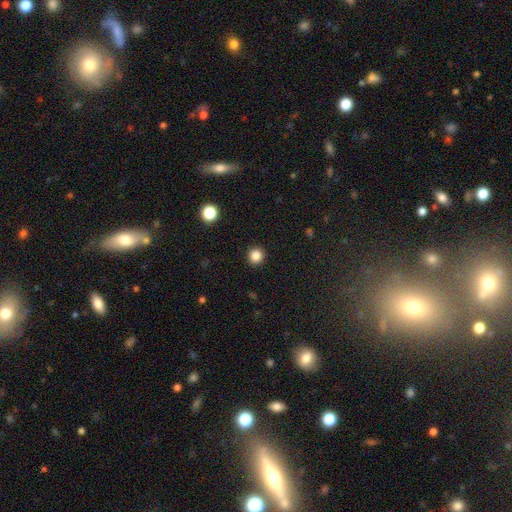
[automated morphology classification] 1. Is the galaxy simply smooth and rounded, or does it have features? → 85% smooth, 12% star or artifact, 3% featured or disk.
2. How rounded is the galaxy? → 94% round, 5% in between, 1% cigar-shaped.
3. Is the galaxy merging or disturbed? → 93% none, 5% minor disturbance, 2% major disturbance, 1% merger.